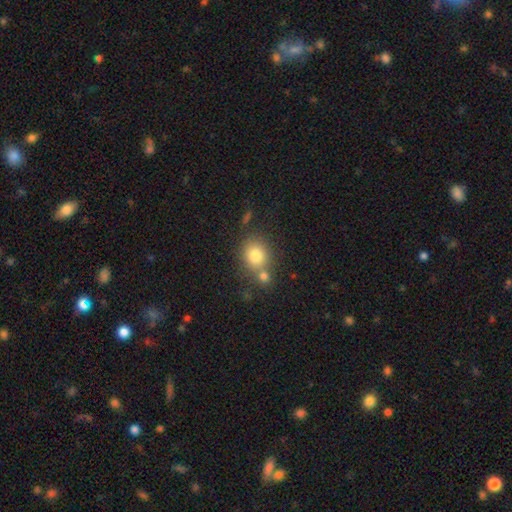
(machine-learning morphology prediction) type=smooth (78%); roundness=round (75%); merging=none (57%).